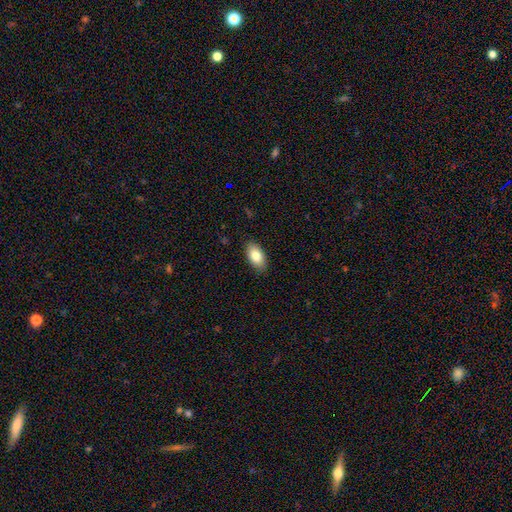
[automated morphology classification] smooth_or_featured: smooth (p=0.83) [alt: featured or disk p=0.10]
how_rounded: in between (p=0.94) [alt: round p=0.04]
merging: none (p=0.87) [alt: minor disturbance p=0.10]